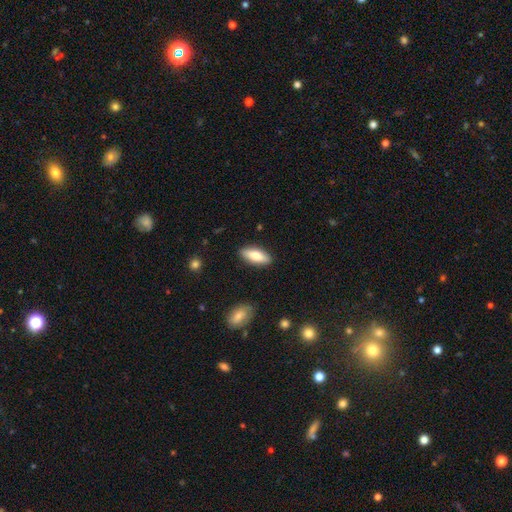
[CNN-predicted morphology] A smooth galaxy with no disk features (72%) that is in between round and cigar-shaped (71%).

Vote fractions:
- Smooth or featured? smooth: 72% / featured or disk: 22% / star or artifact: 6%
- How rounded? in between: 71% / cigar-shaped: 26% / round: 2%
- Merging? none: 88% / minor disturbance: 9% / major disturbance: 2% / merger: 1%